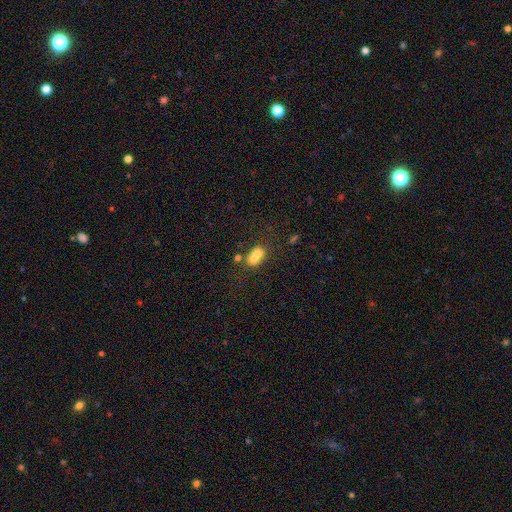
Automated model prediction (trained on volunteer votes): smooth 67%, featured or disk 20%, star or artifact 13%. Down the decision tree: how rounded — in between (62%); merging — merger (55%).